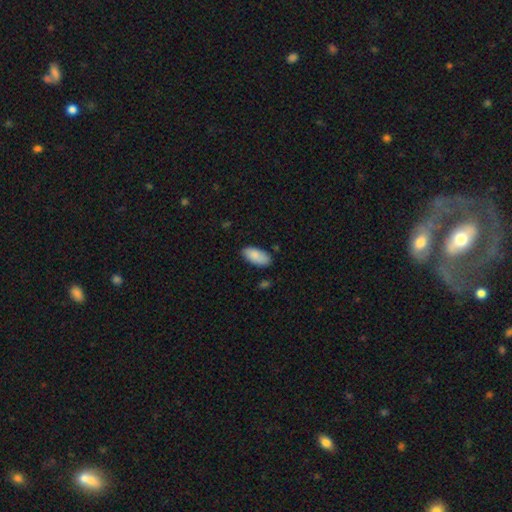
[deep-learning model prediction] Smooth or featured? smooth (88%)
How rounded? in between (92%)
Merging? none (81%)